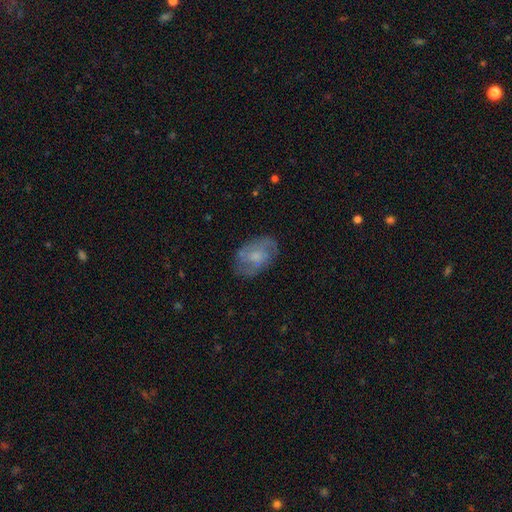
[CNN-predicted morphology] smooth_or_featured: featured or disk (p=0.54) [alt: smooth p=0.38]
disk_edge_on: no (p=0.96) [alt: yes p=0.04]
bar: no (p=0.64) [alt: weak p=0.31]
has_spiral_arms: yes (p=0.73) [alt: no p=0.27]
bulge_size: moderate (p=0.36) [alt: small p=0.30]
merging: none (p=0.71) [alt: minor disturbance p=0.20]